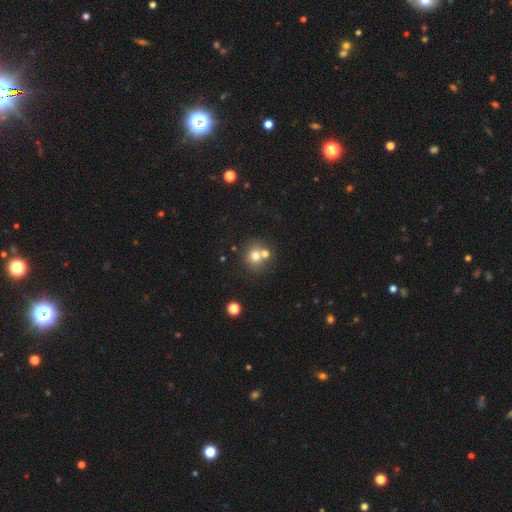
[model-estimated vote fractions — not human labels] Q: Smooth or featured?
A: smooth (70%); runner-up: featured or disk (16%)
Q: How rounded?
A: round (83%); runner-up: in between (16%)
Q: Merging?
A: none (48%); runner-up: merger (41%)